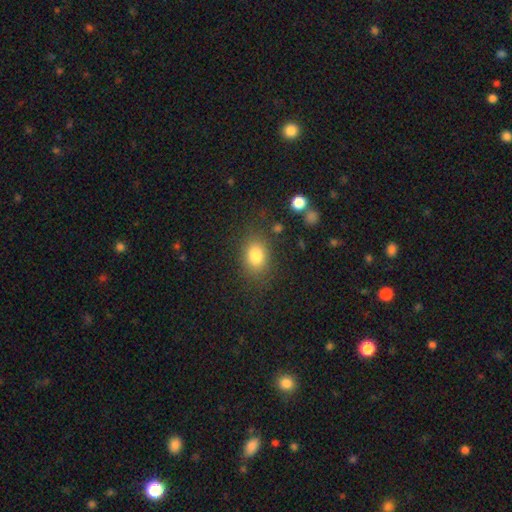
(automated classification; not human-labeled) Smooth or featured: smooth — 82% (star or artifact — 11%)
How rounded: in between — 66% (round — 33%)
Merging: none — 80% (minor disturbance — 12%)